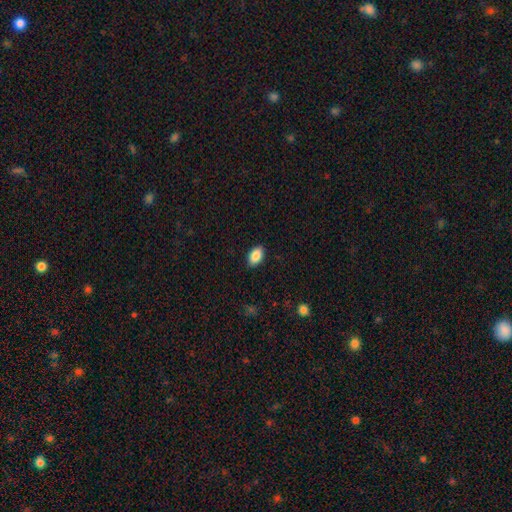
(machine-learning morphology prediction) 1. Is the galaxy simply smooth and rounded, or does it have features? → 88% smooth, 7% star or artifact, 5% featured or disk.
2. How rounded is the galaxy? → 92% in between, 6% round, 2% cigar-shaped.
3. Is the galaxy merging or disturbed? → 88% none, 9% minor disturbance, 2% major disturbance, 1% merger.